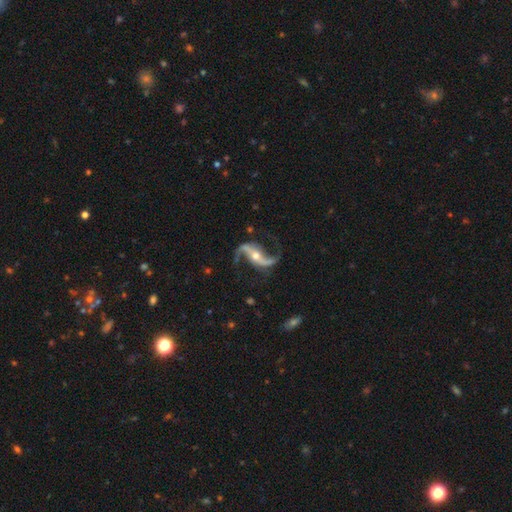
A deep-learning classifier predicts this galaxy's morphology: Q: Smooth or featured?
A: featured or disk (92%); runner-up: star or artifact (5%)
Q: Edge-on disk?
A: no (96%); runner-up: yes (4%)
Q: Bar?
A: strong (41%); runner-up: no (33%)
Q: Spiral arms?
A: yes (98%); runner-up: no (2%)
Q: Spiral winding?
A: loose (81%); runner-up: medium (15%)
Q: Spiral arm count?
A: 2 (94%); runner-up: 1 (2%)
Q: Bulge size?
A: moderate (56%); runner-up: small (39%)
Q: Merging?
A: none (79%); runner-up: minor disturbance (13%)